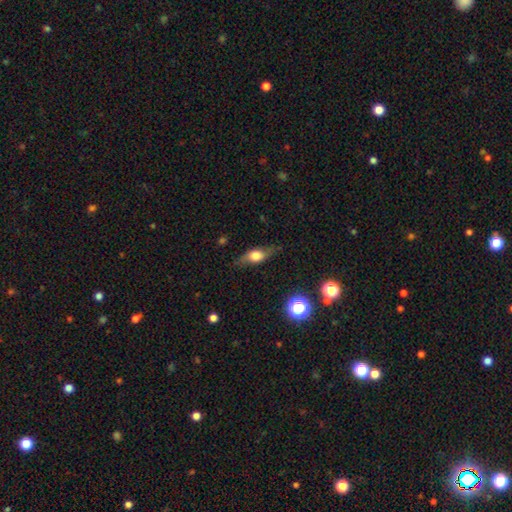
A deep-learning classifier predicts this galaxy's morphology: type=smooth (55%); roundness=in between (62%); merging=none (77%).